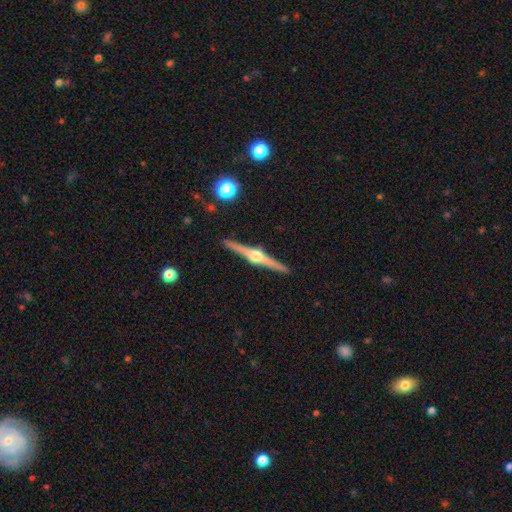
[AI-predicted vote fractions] Overall: featured or disk (87%). Edge-on disk: yes (99%). Edge-on bulge: rounded (95%). Merging: none (92%).